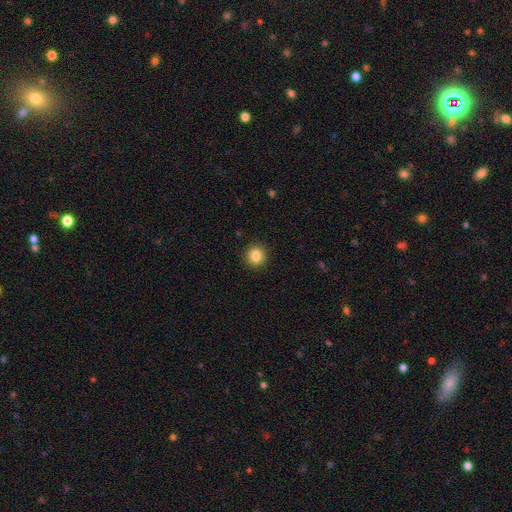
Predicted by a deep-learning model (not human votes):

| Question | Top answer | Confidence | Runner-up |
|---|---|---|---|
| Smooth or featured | smooth | 85% | star or artifact (10%) |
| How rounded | round | 88% | in between (11%) |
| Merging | none | 92% | minor disturbance (5%) |